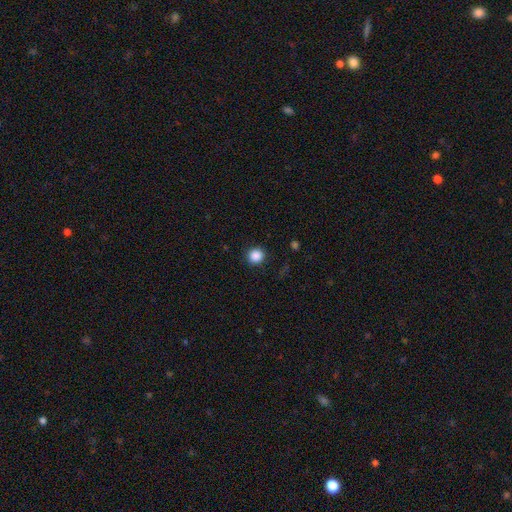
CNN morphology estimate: smooth 87%, star or artifact 10%, featured or disk 3%. Down the decision tree: how rounded — round (92%); merging — none (90%).